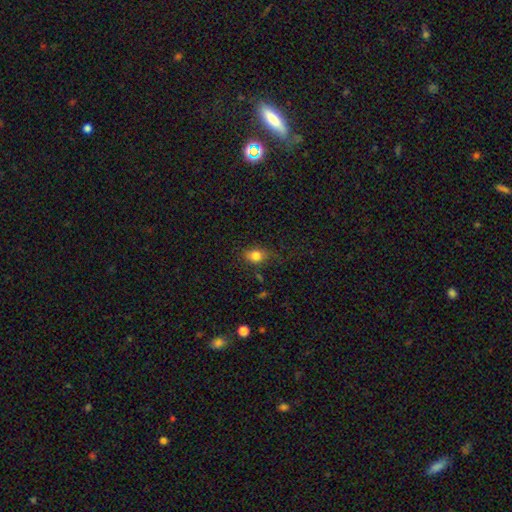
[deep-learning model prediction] Smooth or featured? Predicted: smooth (p=0.80). How rounded? Predicted: in between (p=0.62). Merging? Predicted: none (p=0.68).